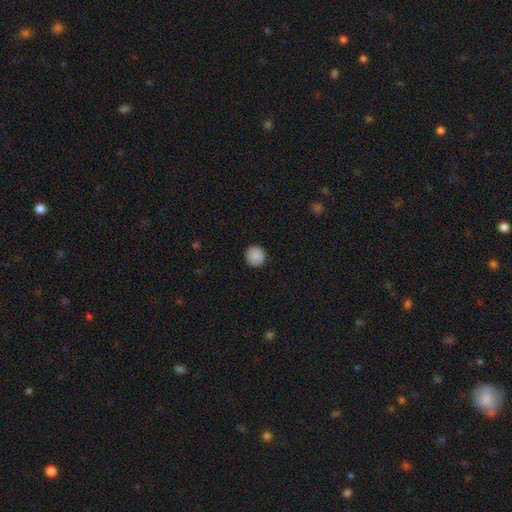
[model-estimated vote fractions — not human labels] smooth-or-featured: smooth: 89% | star or artifact: 8% | featured or disk: 3%
  how-rounded: round: 93% | in between: 6% | cigar-shaped: 1%
  merging: none: 91% | minor disturbance: 6% | major disturbance: 2% | merger: 1%